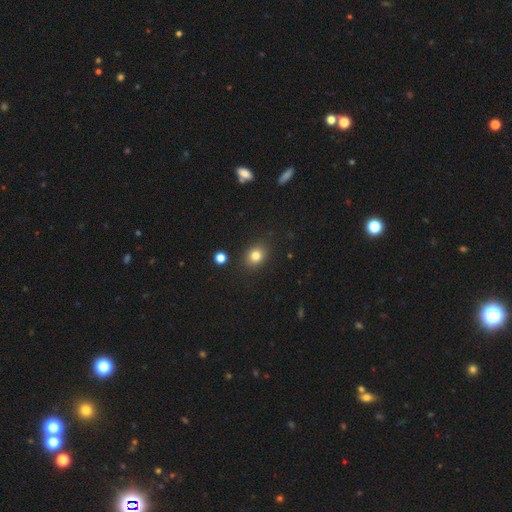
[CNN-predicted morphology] A smooth galaxy with no disk features (81%) that is round (53%). Merging: none (86%).